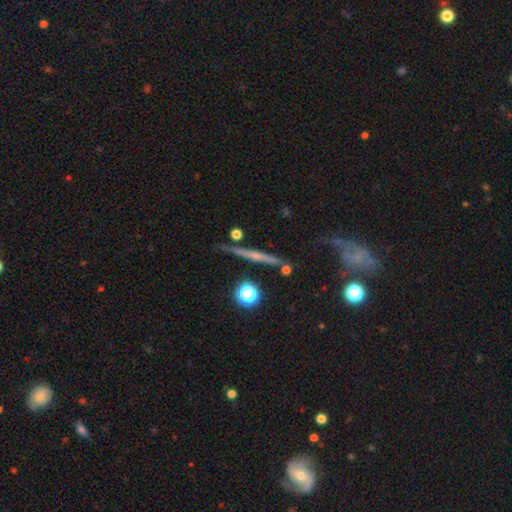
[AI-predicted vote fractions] Smooth or featured? Predicted: featured or disk (p=0.47). Merging? Predicted: none (p=0.71).